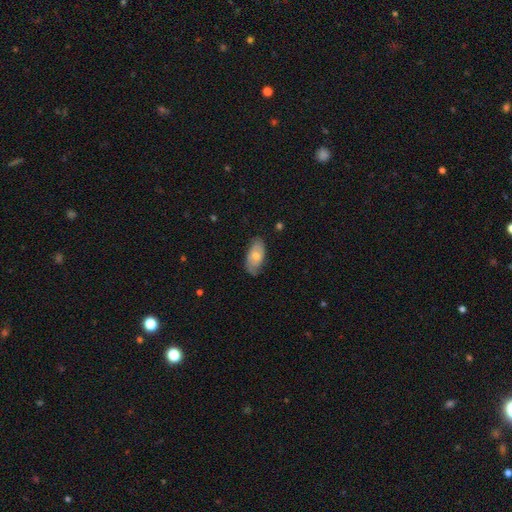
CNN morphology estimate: Smooth or featured?
  - smooth: 50% *
  - featured or disk: 44%
  - star or artifact: 6%
Merging?
  - none: 70% *
  - minor disturbance: 23%
  - major disturbance: 5%
  - merger: 1%